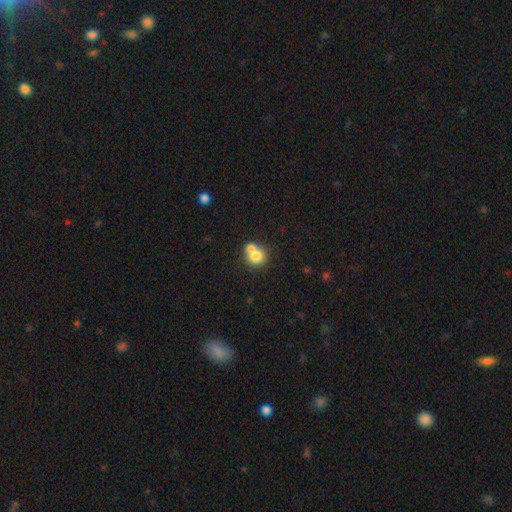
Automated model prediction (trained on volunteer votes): This is likely a smooth galaxy (75%). How rounded: likely round (78%). Merging: possibly merger (54%).